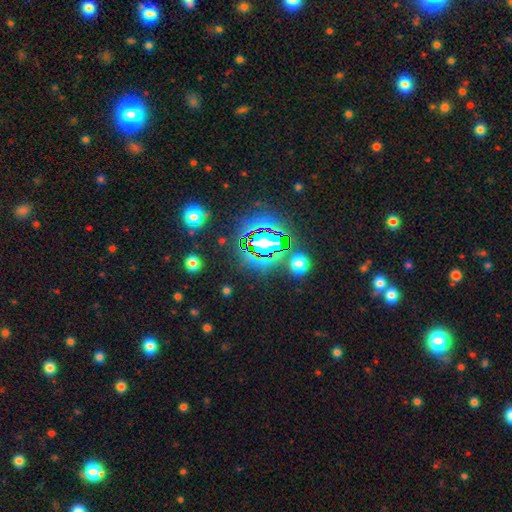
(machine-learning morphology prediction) Smooth or featured: star or artifact — 81% (smooth — 12%)